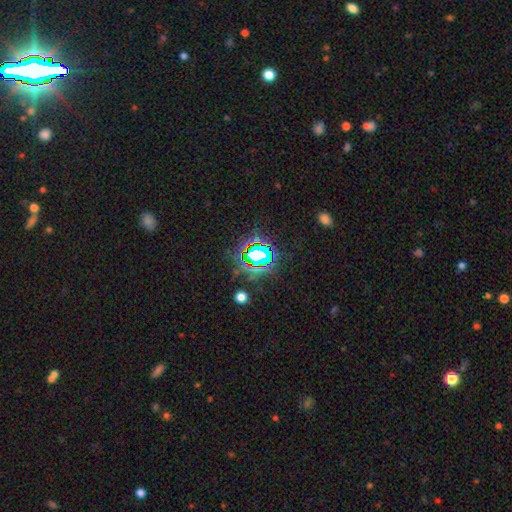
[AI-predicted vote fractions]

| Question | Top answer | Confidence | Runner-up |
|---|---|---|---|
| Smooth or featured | star or artifact | 74% | smooth (15%) |